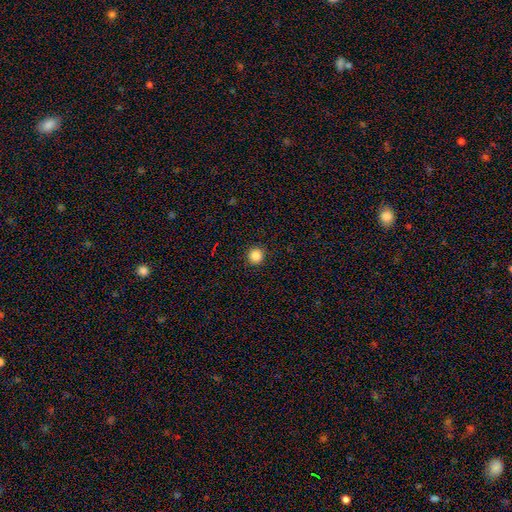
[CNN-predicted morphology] A smooth galaxy with no disk features (86%) that is round (95%).

Vote fractions:
- Smooth or featured? smooth: 86% / star or artifact: 11% / featured or disk: 3%
- How rounded? round: 95% / in between: 4% / cigar-shaped: 1%
- Merging? none: 92% / minor disturbance: 5% / major disturbance: 2% / merger: 1%